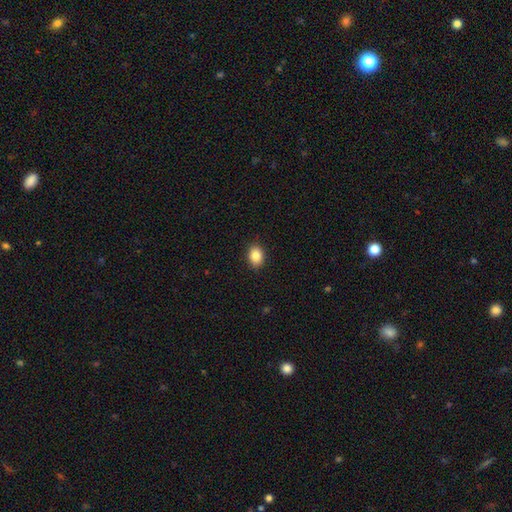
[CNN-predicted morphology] smooth_or_featured: smooth (p=0.86) [alt: star or artifact p=0.09]
how_rounded: in between (p=0.68) [alt: round p=0.31]
merging: none (p=0.90) [alt: minor disturbance p=0.08]